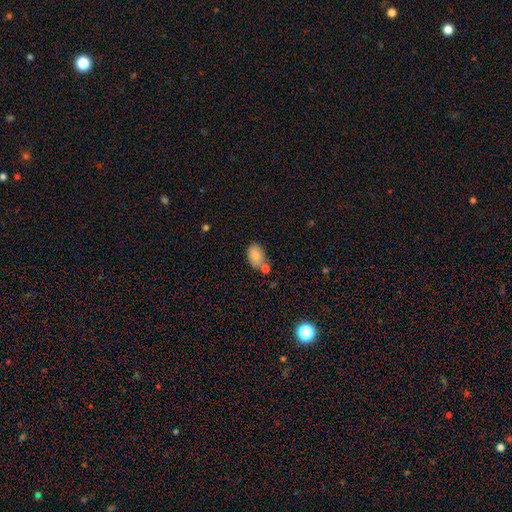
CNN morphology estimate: This appears to be a smooth galaxy with no disk features (84%) that is in between round and cigar-shaped (88%). Merging: none (60%).